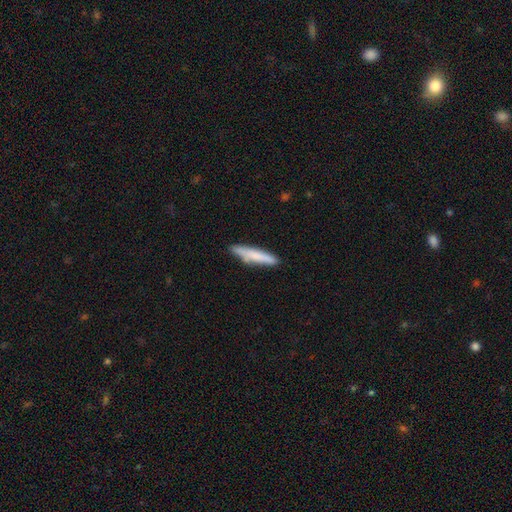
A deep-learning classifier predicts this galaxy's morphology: type=smooth (74%); roundness=cigar-shaped (91%); merging=none (78%).